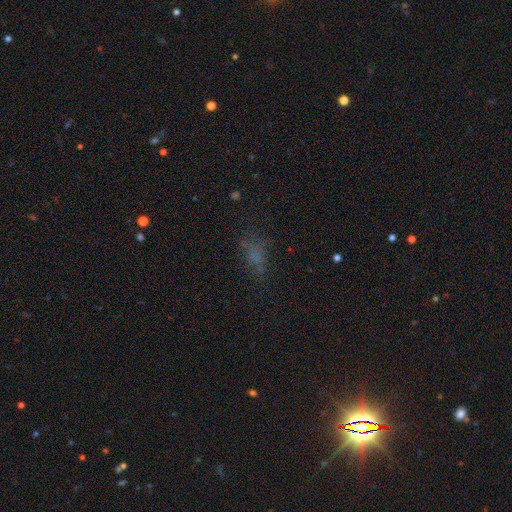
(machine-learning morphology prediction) Smooth or featured? Predicted: smooth (p=0.55). How rounded? Predicted: in between (p=0.73). Merging? Predicted: none (p=0.57).